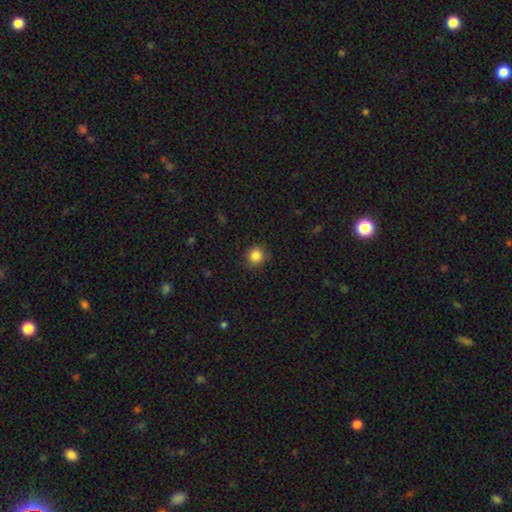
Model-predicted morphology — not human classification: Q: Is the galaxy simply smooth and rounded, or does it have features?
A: smooth — 85%.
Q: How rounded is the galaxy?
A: round — 91%.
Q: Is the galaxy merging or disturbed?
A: none — 88%.